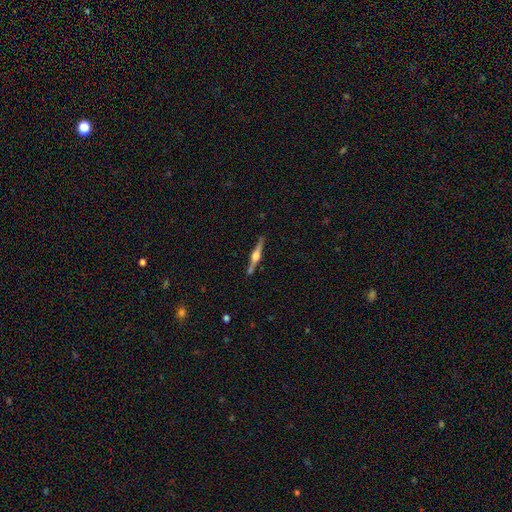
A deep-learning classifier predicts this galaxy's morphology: Overall: featured or disk (78%). Edge-on disk: yes (98%). Edge-on bulge: rounded (86%). Merging: none (82%).